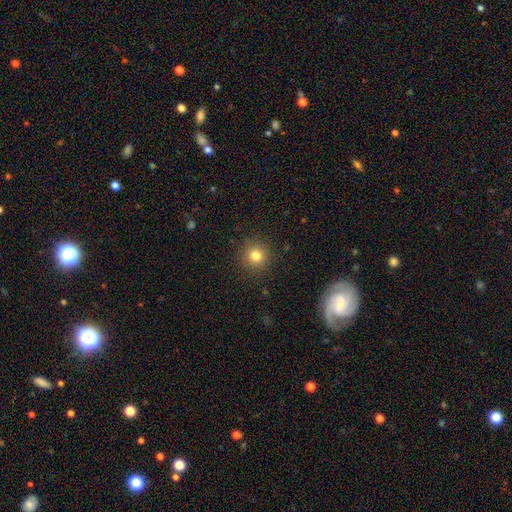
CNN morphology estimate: This is likely a smooth galaxy (80%). How rounded: clearly round (94%). Merging: clearly none (91%).